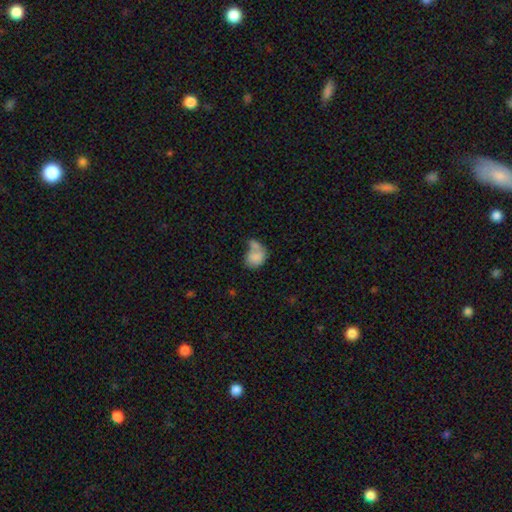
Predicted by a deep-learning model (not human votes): Smooth or featured? Predicted: smooth (p=0.78). How rounded? Predicted: in between (p=0.61). Merging? Predicted: merger (p=0.51).